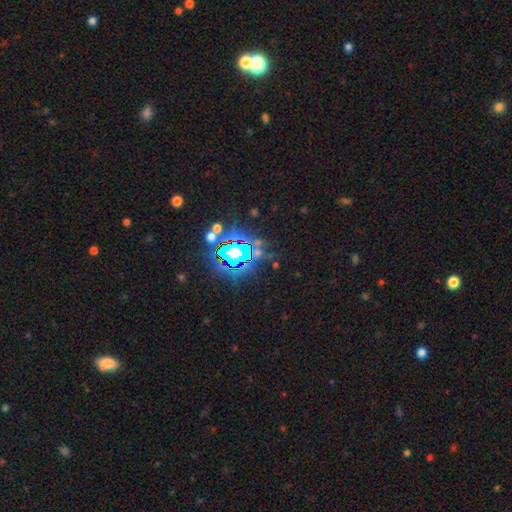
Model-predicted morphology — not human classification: A star or artifact, not a galaxy (80%).

Vote fractions:
- Smooth or featured? star or artifact: 80% / smooth: 12% / featured or disk: 8%